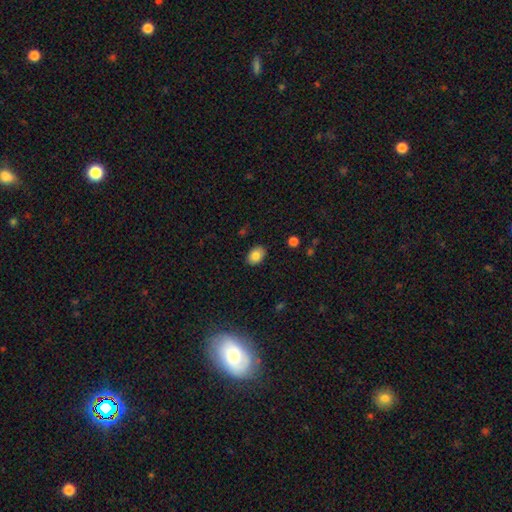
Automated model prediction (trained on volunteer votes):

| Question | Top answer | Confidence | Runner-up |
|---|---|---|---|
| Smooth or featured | smooth | 83% | featured or disk (9%) |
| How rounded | in between | 80% | round (19%) |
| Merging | none | 87% | minor disturbance (10%) |